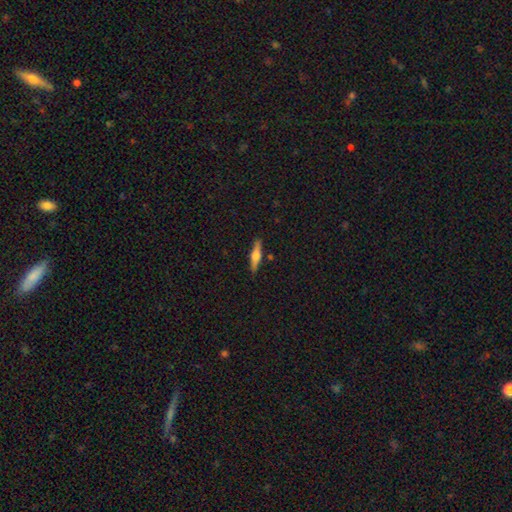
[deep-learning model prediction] smooth_or_featured: featured or disk (p=0.55) [alt: smooth p=0.38]
disk_edge_on: yes (p=0.96) [alt: no p=0.04]
edge_on_bulge: rounded (p=0.89) [alt: boxy p=0.08]
merging: none (p=0.88) [alt: minor disturbance p=0.09]